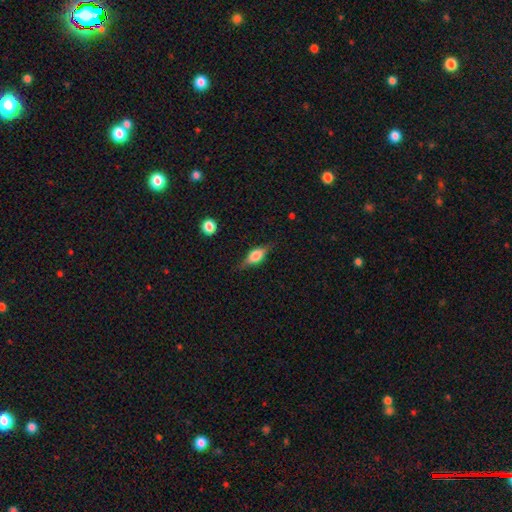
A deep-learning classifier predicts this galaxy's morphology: The model was most divided on "smooth or featured": featured or disk: 48%, smooth: 45%, star or artifact: 8%. More confident: merging — none (77%).